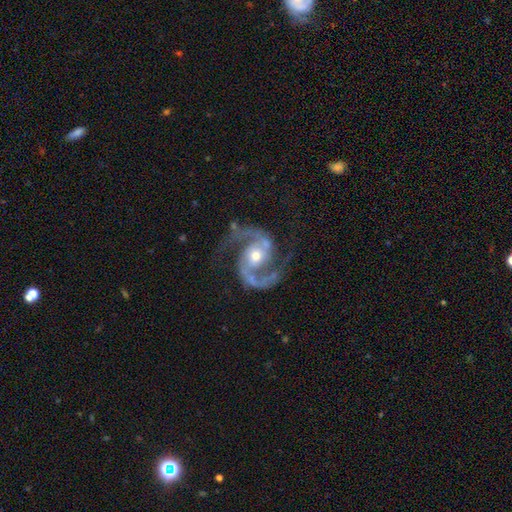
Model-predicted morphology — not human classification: Overall: featured or disk (94%). Edge-on disk: no (98%). Bar: no (54%; weak 32%). Spiral arms: yes (99%). Spiral arm count: 2 (95%). Spiral winding: medium (66%). Bulge size: moderate (62%; small 31%). Merging: none (78%).